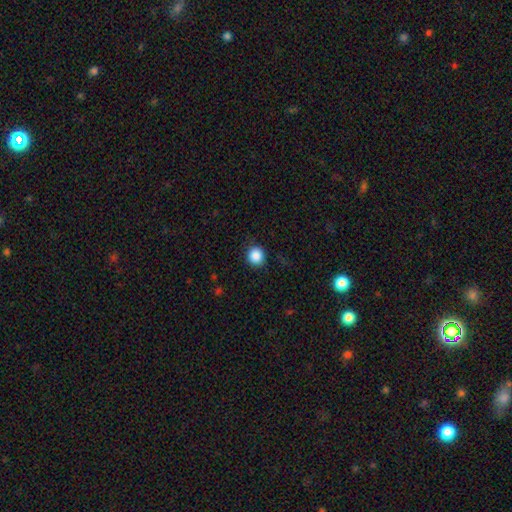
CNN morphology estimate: Smooth or featured? Predicted: smooth (p=0.87). How rounded? Predicted: round (p=0.87). Merging? Predicted: none (p=0.89).